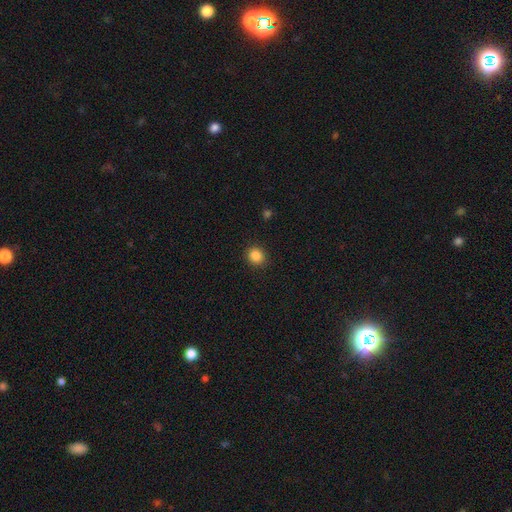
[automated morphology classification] type=smooth (86%); roundness=round (81%); merging=none (91%).